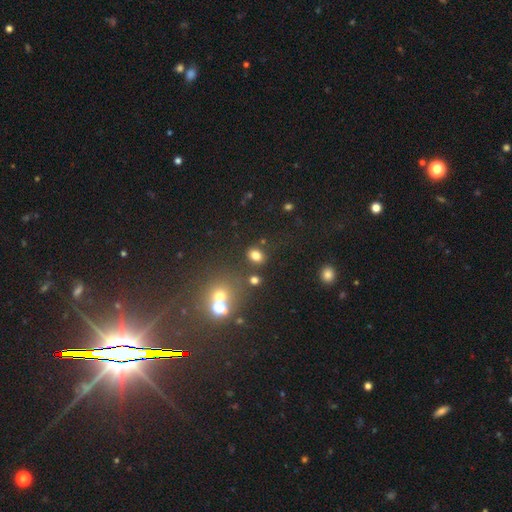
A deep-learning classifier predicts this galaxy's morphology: A smooth galaxy with no disk features (77%) that is in between round and cigar-shaped (60%).

Vote fractions:
- Smooth or featured? smooth: 77% / star or artifact: 16% / featured or disk: 7%
- How rounded? in between: 60% / round: 39% / cigar-shaped: 1%
- Merging? none: 78% / minor disturbance: 10% / merger: 7% / major disturbance: 4%